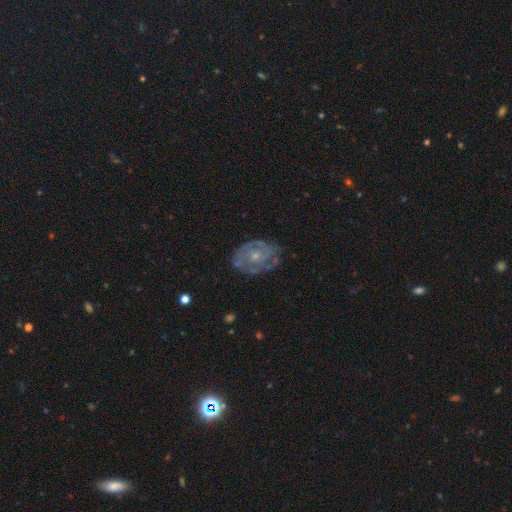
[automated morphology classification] This appears to be a featured or disk galaxy (75%) with no bar (80%), tight (63%) spiral arms (77%) and a small central bulge (66%). Merging: none (70%).